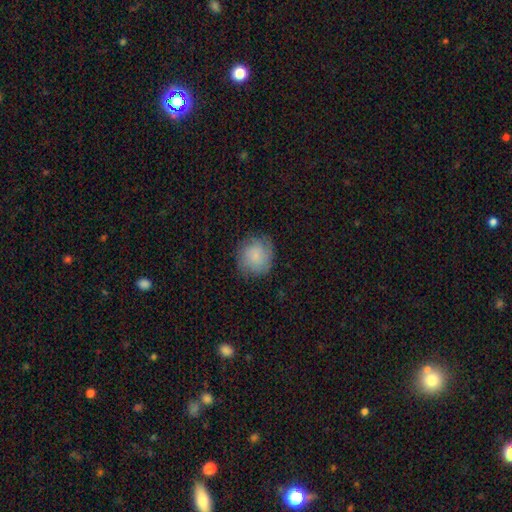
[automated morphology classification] A smooth galaxy with no disk features (74%) that is round (86%).

Vote fractions:
- Smooth or featured? smooth: 74% / featured or disk: 18% / star or artifact: 8%
- How rounded? round: 86% / in between: 13% / cigar-shaped: 1%
- Merging? none: 78% / minor disturbance: 16% / major disturbance: 5% / merger: 1%